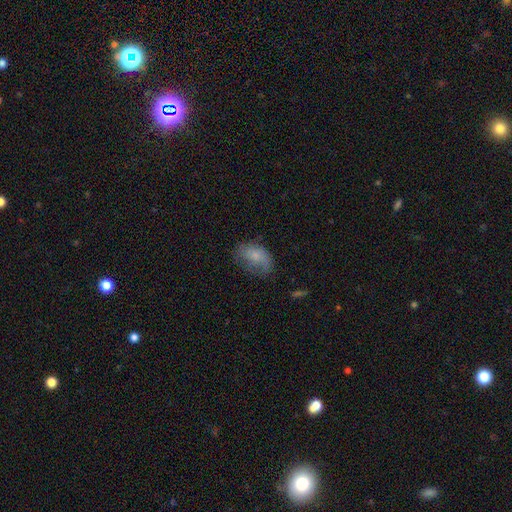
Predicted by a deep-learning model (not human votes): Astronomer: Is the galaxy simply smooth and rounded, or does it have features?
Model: smooth — 63%.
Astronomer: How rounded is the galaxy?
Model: in between — 84%.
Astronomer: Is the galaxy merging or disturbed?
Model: none — 47% (runner-up: minor disturbance, 31%).